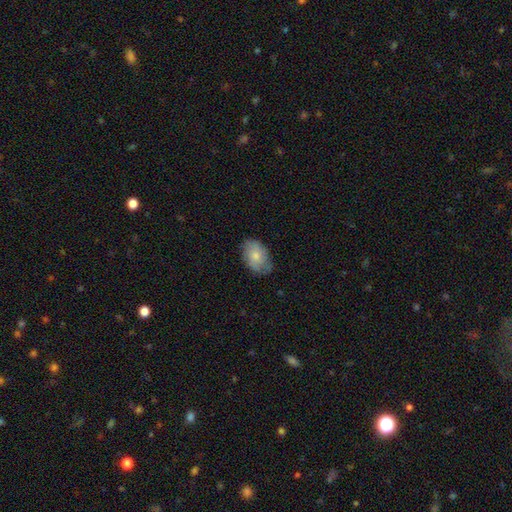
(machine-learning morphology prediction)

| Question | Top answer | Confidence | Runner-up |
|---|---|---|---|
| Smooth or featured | smooth | 70% | featured or disk (23%) |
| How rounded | in between | 87% | round (12%) |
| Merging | none | 69% | minor disturbance (24%) |